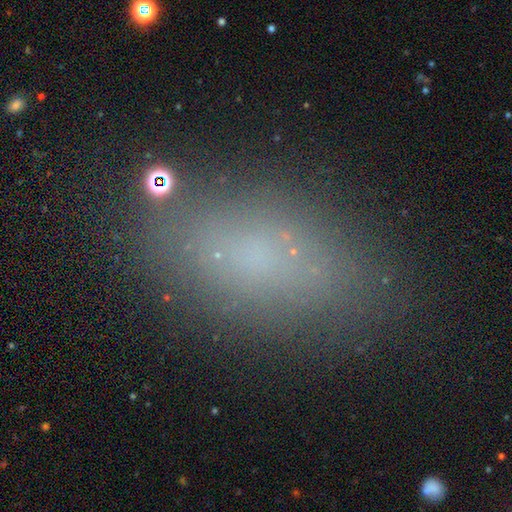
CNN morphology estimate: smooth-or-featured: smooth: 71% | featured or disk: 16% | star or artifact: 13%
  how-rounded: in between: 86% | cigar-shaped: 9% | round: 4%
  merging: none: 78% | minor disturbance: 14% | major disturbance: 5% | merger: 3%